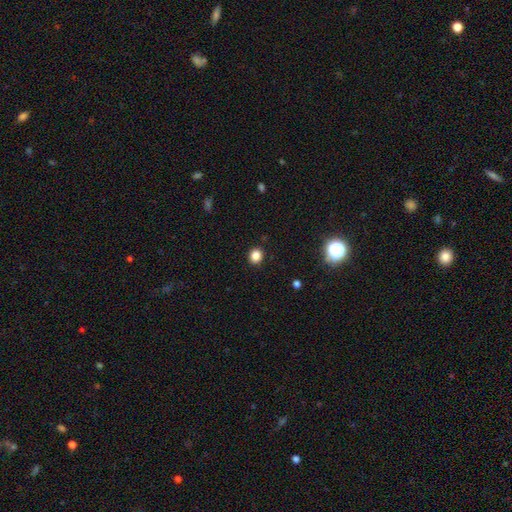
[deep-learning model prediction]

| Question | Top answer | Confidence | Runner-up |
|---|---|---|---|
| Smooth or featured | smooth | 84% | star or artifact (12%) |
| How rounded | round | 76% | in between (23%) |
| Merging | none | 92% | minor disturbance (6%) |